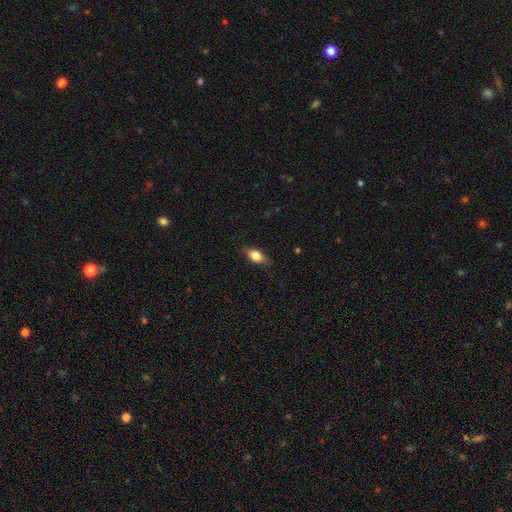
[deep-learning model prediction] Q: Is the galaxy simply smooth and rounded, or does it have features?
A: smooth — 72%.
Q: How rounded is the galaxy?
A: in between — 81%.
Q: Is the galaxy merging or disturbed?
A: none — 81%.